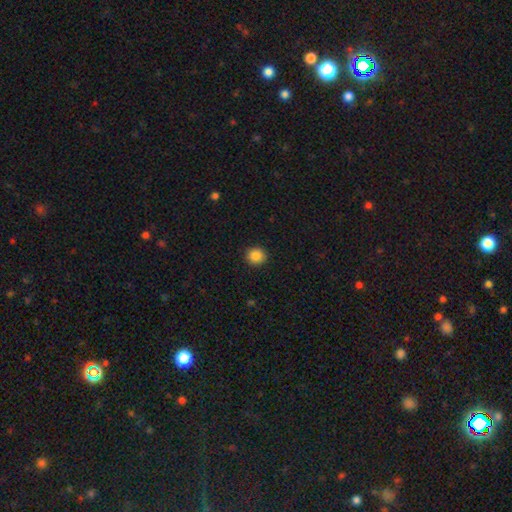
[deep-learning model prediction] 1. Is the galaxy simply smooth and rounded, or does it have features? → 87% smooth, 10% star or artifact, 4% featured or disk.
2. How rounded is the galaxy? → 90% round, 9% in between, 1% cigar-shaped.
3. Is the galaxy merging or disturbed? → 92% none, 5% minor disturbance, 2% major disturbance, 1% merger.